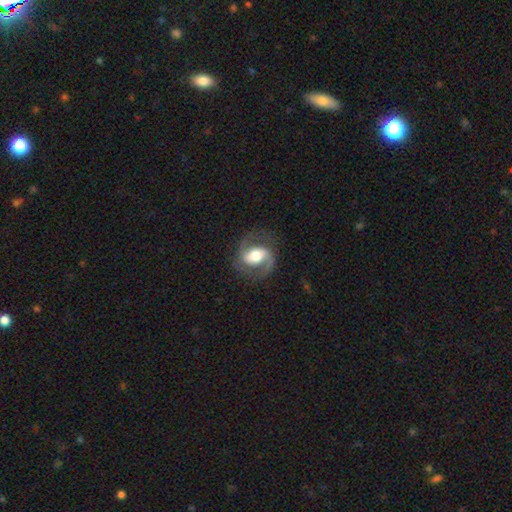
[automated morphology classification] Smooth or featured? Predicted: featured or disk (p=0.86). Edge-on disk? Predicted: no (p=0.98). Bar? Predicted: weak (p=0.39). Spiral arms? Predicted: yes (p=0.95). Spiral winding? Predicted: medium (p=0.58). Spiral arm count? Predicted: 2 (p=0.93). Bulge size? Predicted: moderate (p=0.58). Merging? Predicted: none (p=0.80).